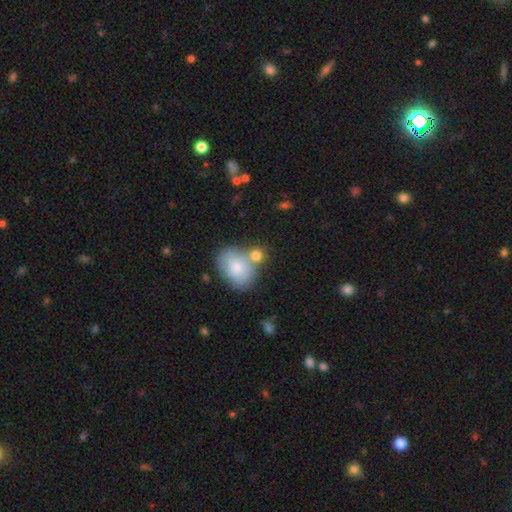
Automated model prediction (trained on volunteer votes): Smooth or featured?
  - smooth: 73% *
  - featured or disk: 18%
  - star or artifact: 9%
How rounded?
  - round: 60% *
  - in between: 39%
  - cigar-shaped: 2%
Merging?
  - none: 45% *
  - merger: 35%
  - minor disturbance: 14%
  - major disturbance: 6%